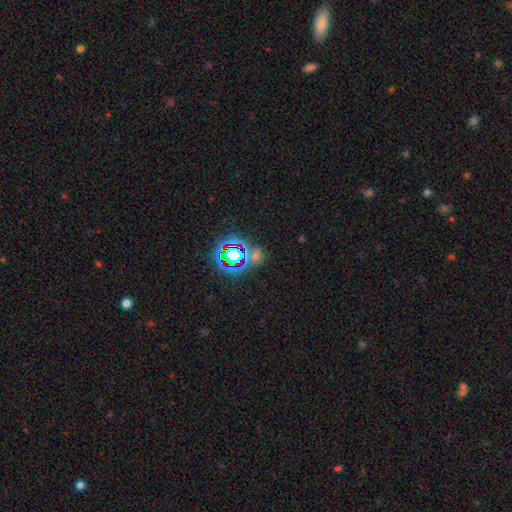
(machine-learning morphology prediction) Smooth or featured: star or artifact — 59% (smooth — 31%)